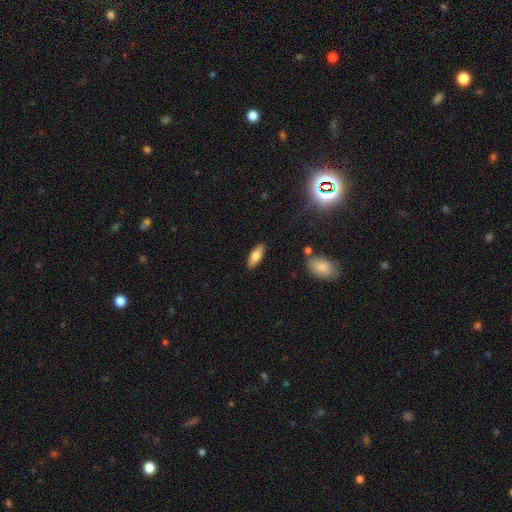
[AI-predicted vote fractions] Smooth or featured?
  - smooth: 71% *
  - featured or disk: 22%
  - star or artifact: 7%
How rounded?
  - in between: 66% *
  - cigar-shaped: 31%
  - round: 2%
Merging?
  - none: 88% *
  - minor disturbance: 9%
  - major disturbance: 2%
  - merger: 1%